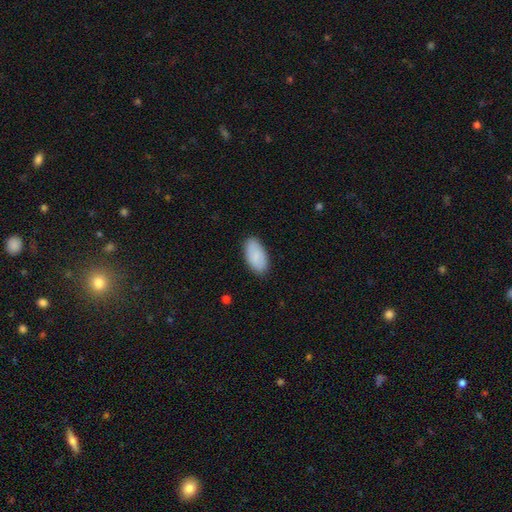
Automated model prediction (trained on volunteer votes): Overall: smooth (88%). How rounded: in between (95%). Merging: none (86%).